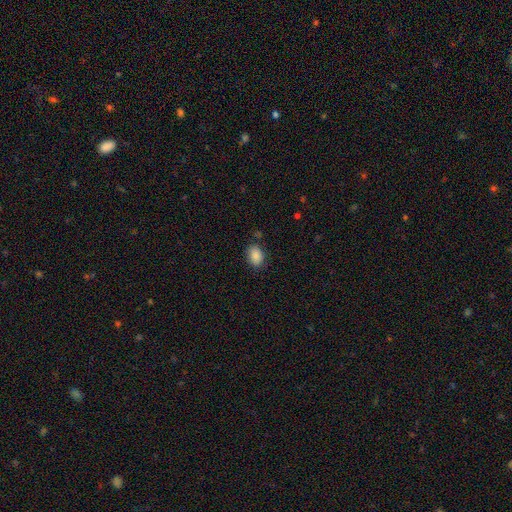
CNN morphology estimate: smooth 88%, star or artifact 8%, featured or disk 4%. Down the decision tree: how rounded — in between (78%); merging — none (80%).